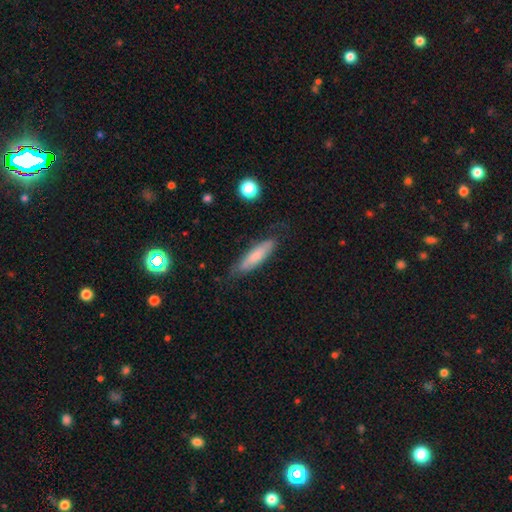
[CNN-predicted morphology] Smooth or featured? smooth (71%)
How rounded? cigar-shaped (70%)
Merging? none (75%)